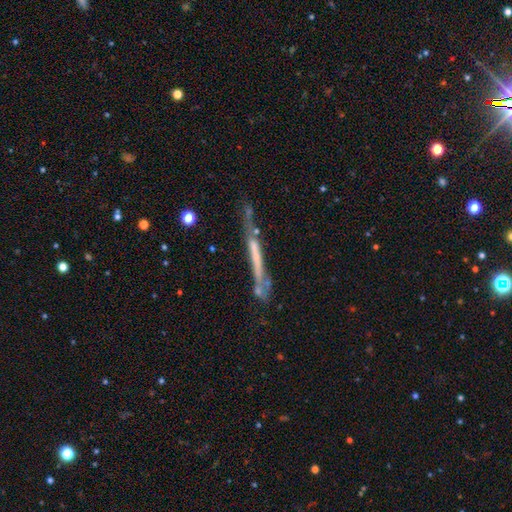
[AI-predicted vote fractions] Smooth or featured? featured or disk (58%)
Edge-on disk? yes (83%)
Merging? none (46%)